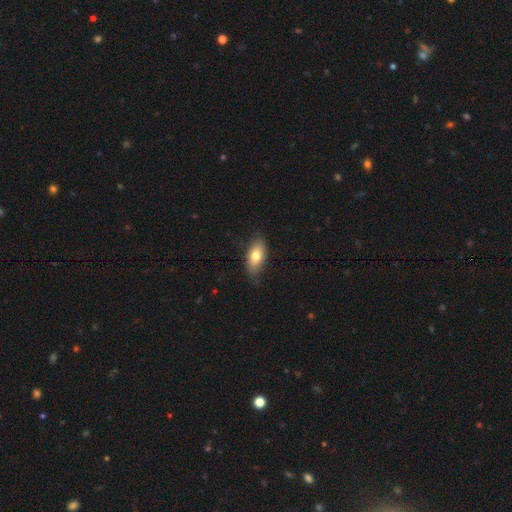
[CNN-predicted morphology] Smooth or featured?
  - smooth: 74% *
  - featured or disk: 19%
  - star or artifact: 7%
How rounded?
  - in between: 86% *
  - cigar-shaped: 9%
  - round: 4%
Merging?
  - none: 79% *
  - minor disturbance: 17%
  - major disturbance: 3%
  - merger: 1%